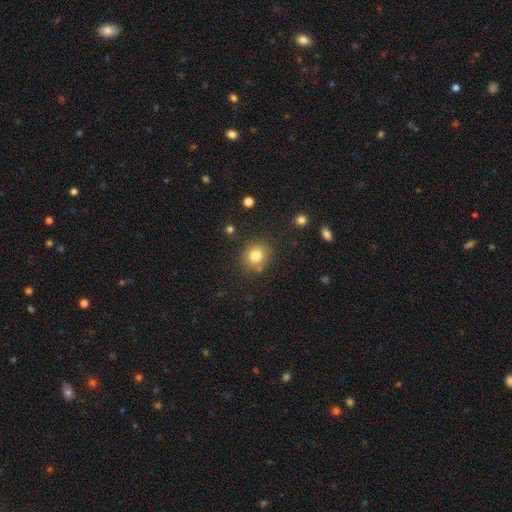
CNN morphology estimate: type=smooth (81%); roundness=round (80%); merging=none (80%).